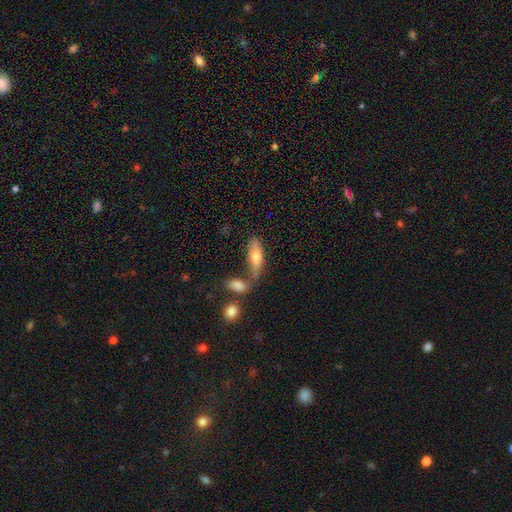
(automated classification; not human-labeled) A smooth galaxy with no disk features (60%) that is in between round and cigar-shaped (61%). Merging: none (43%).